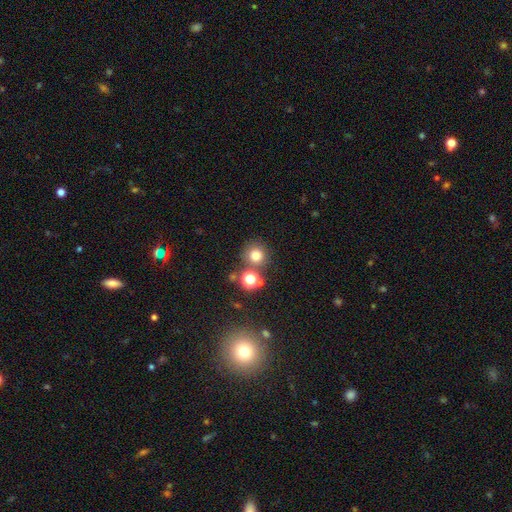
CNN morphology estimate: smooth_or_featured: smooth (p=0.75) [alt: star or artifact p=0.18]
how_rounded: round (p=0.92) [alt: in between p=0.07]
merging: none (p=0.75) [alt: merger p=0.13]